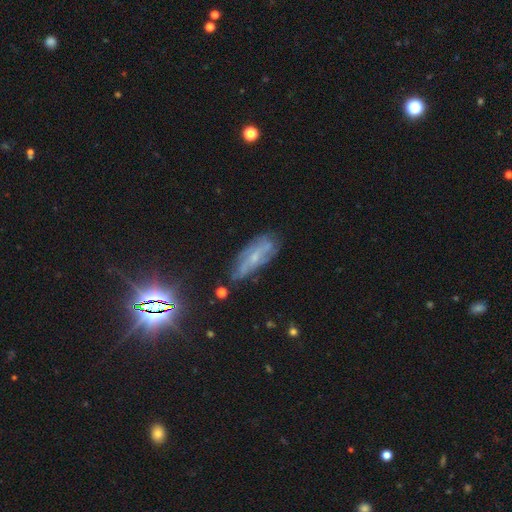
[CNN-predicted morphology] This appears to be a featured or disk galaxy (58%). Merging: none (58%).